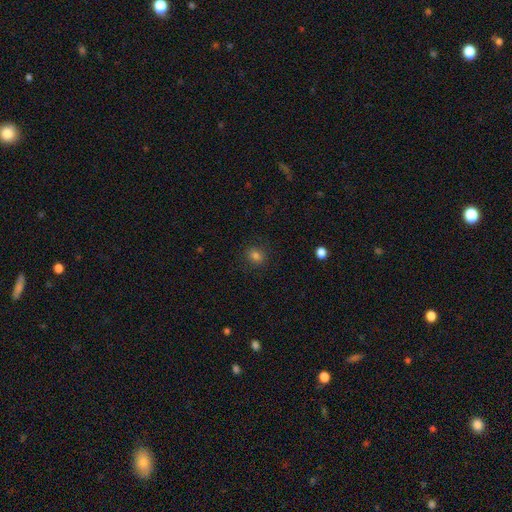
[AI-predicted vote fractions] Smooth or featured? Predicted: smooth (p=0.79). How rounded? Predicted: round (p=0.74). Merging? Predicted: none (p=0.88).